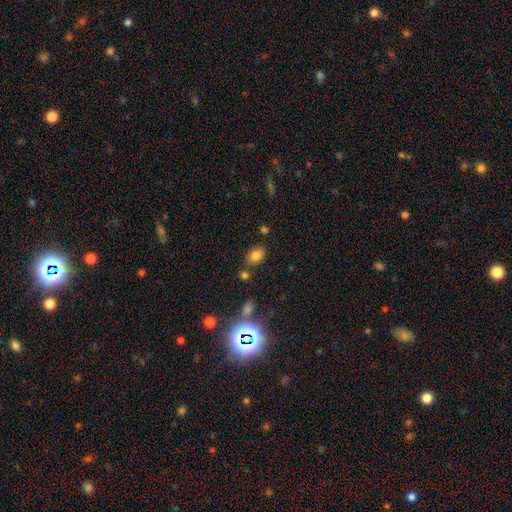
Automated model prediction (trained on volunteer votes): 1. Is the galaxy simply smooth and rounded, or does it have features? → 80% smooth, 12% star or artifact, 8% featured or disk.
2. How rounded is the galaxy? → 71% in between, 28% round, 1% cigar-shaped.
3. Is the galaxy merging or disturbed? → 75% none, 13% minor disturbance, 9% merger, 4% major disturbance.